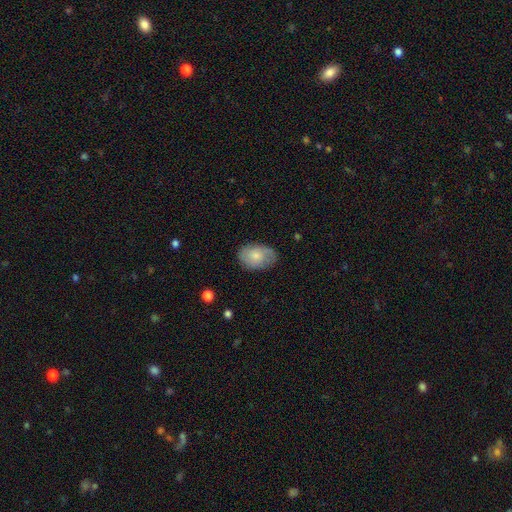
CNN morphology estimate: smooth-or-featured: smooth: 64% | featured or disk: 29% | star or artifact: 7%
  how-rounded: in between: 83% | round: 16% | cigar-shaped: 1%
  merging: none: 73% | minor disturbance: 20% | major disturbance: 5% | merger: 1%